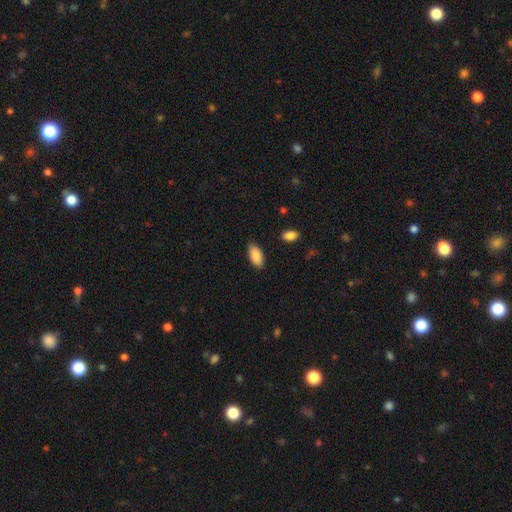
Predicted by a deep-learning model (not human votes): smooth 89%, star or artifact 6%, featured or disk 5%. Down the decision tree: how rounded — in between (92%); merging — none (85%).